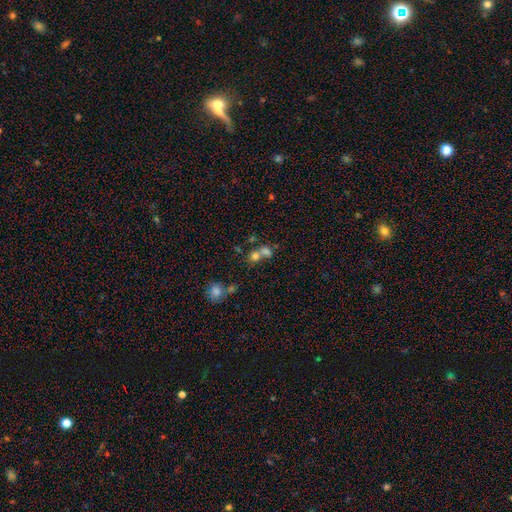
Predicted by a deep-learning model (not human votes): smooth 69%, star or artifact 16%, featured or disk 15%. Down the decision tree: how rounded — round (69%); merging — merger (60%).